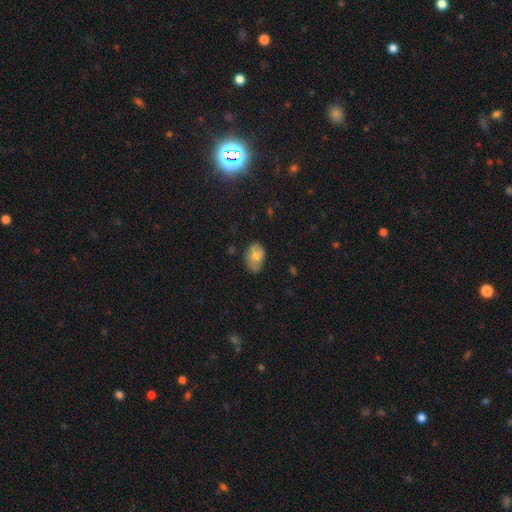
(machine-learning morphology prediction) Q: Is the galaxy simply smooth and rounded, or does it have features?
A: smooth — 73%.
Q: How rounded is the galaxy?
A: in between — 83%.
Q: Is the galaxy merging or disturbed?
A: none — 60%.